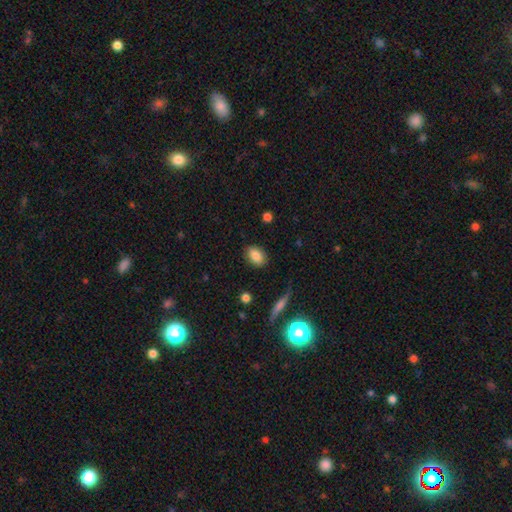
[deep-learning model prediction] Smooth or featured? smooth (83%)
How rounded? in between (82%)
Merging? none (85%)